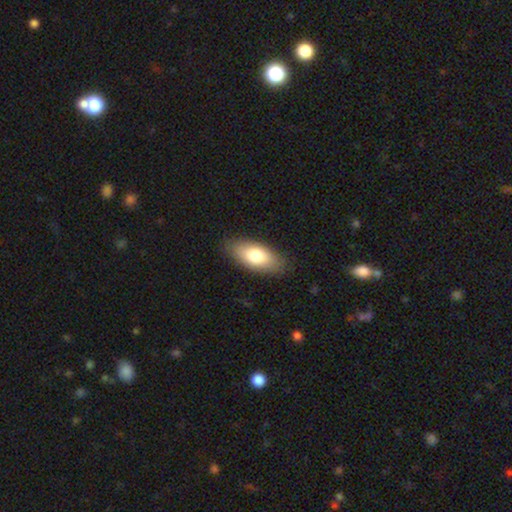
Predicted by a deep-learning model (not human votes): This is likely a smooth galaxy (76%). How rounded: clearly in between (88%). Merging: clearly none (86%).